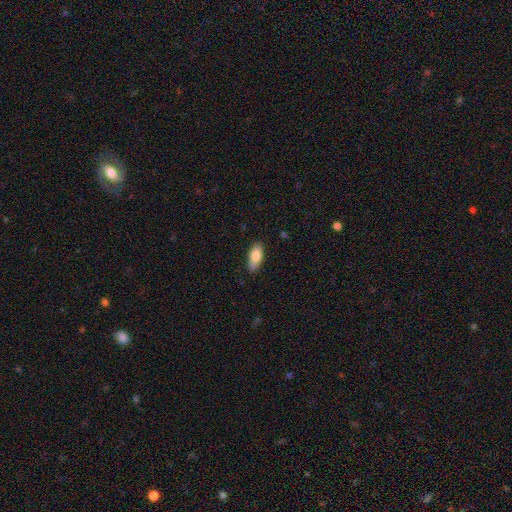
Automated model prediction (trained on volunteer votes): Smooth or featured? smooth (82%)
How rounded? in between (84%)
Merging? none (81%)